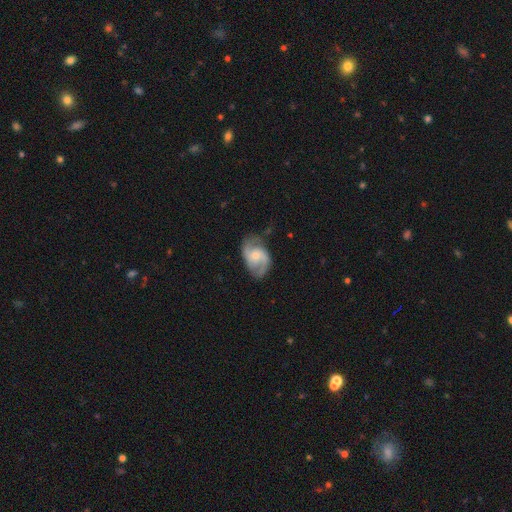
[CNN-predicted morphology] featured or disk 84%, smooth 11%, star or artifact 5%. Down the decision tree: edge-on disk — no (97%); bar — no (59%); spiral arms — yes (96%); spiral arm count — 2 (88%); spiral winding — medium (52%); bulge size — small (56%); merging — none (71%).